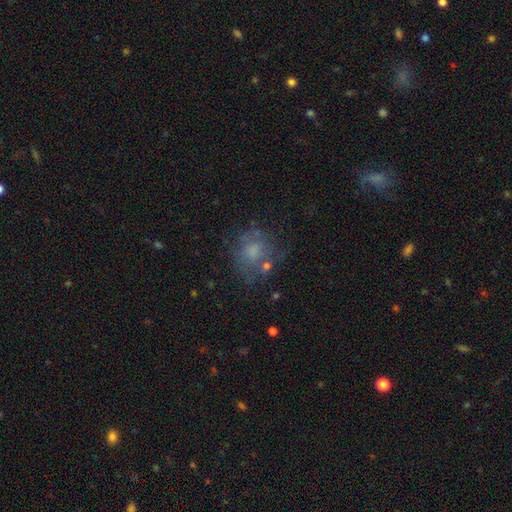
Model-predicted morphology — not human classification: A smooth galaxy with no disk features (55%) that is round (73%). Merging: none (61%).